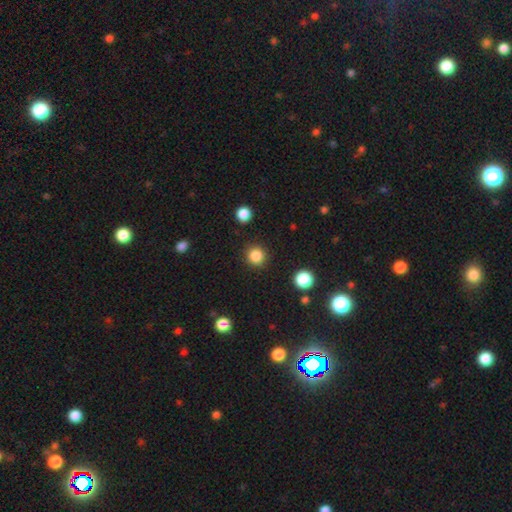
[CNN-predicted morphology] smooth_or_featured: smooth (p=0.85) [alt: star or artifact p=0.11]
how_rounded: round (p=0.94) [alt: in between p=0.05]
merging: none (p=0.90) [alt: minor disturbance p=0.06]